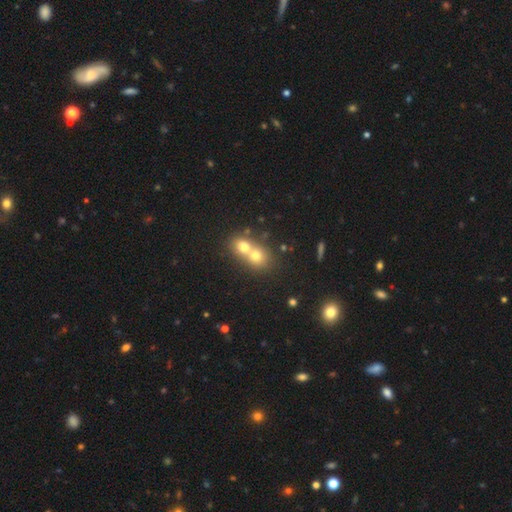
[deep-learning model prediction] Smooth or featured: smooth — 70% (featured or disk — 18%)
How rounded: round — 67% (in between — 31%)
Merging: merger — 71% (none — 22%)